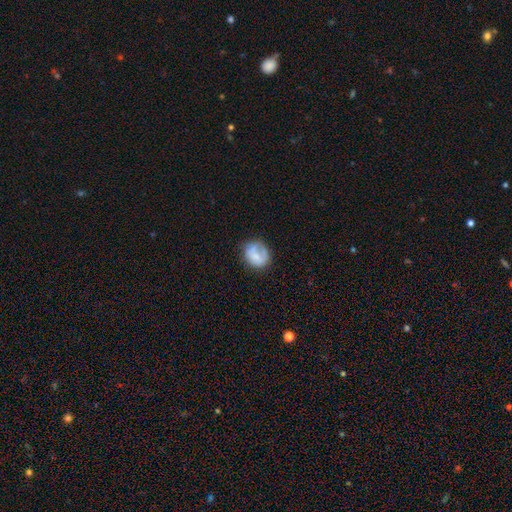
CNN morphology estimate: This is likely a smooth galaxy (68%). How rounded: likely round (68%). Merging: possibly none (55%).